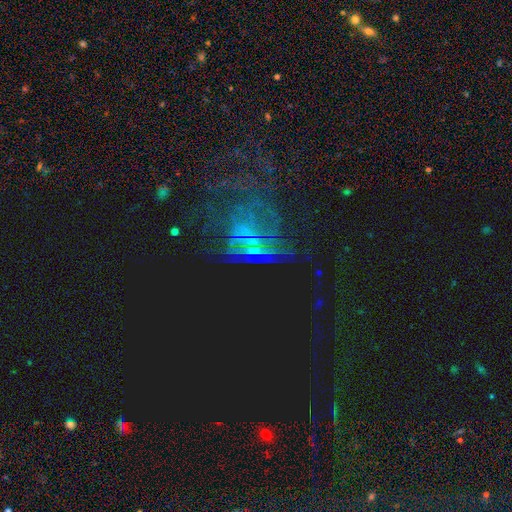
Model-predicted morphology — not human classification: type=star or artifact (63%).